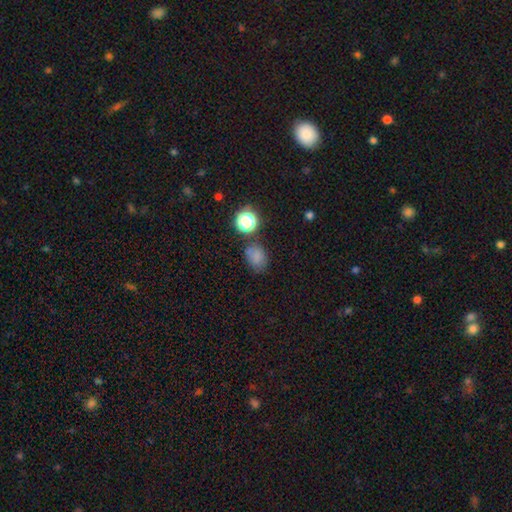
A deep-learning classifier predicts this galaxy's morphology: A smooth galaxy with no disk features (75%) that is in between round and cigar-shaped (59%).

Vote fractions:
- Smooth or featured? smooth: 75% / star or artifact: 17% / featured or disk: 7%
- How rounded? in between: 59% / round: 40% / cigar-shaped: 1%
- Merging? none: 66% / minor disturbance: 19% / merger: 10% / major disturbance: 6%